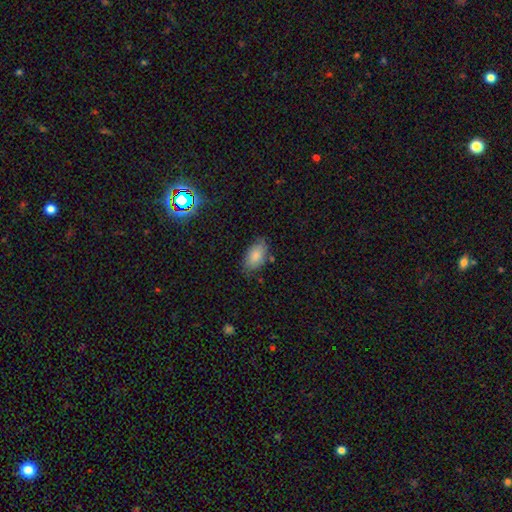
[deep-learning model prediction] smooth_or_featured: smooth (p=0.83) [alt: featured or disk p=0.10]
how_rounded: in between (p=0.93) [alt: round p=0.05]
merging: none (p=0.72) [alt: minor disturbance p=0.21]